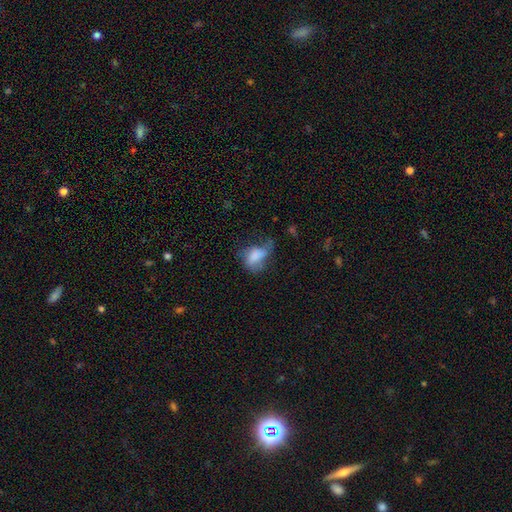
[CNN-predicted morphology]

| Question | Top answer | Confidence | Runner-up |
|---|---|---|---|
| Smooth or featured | smooth | 68% | featured or disk (22%) |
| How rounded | in between | 85% | round (13%) |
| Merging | major disturbance | 43% | minor disturbance (28%) |